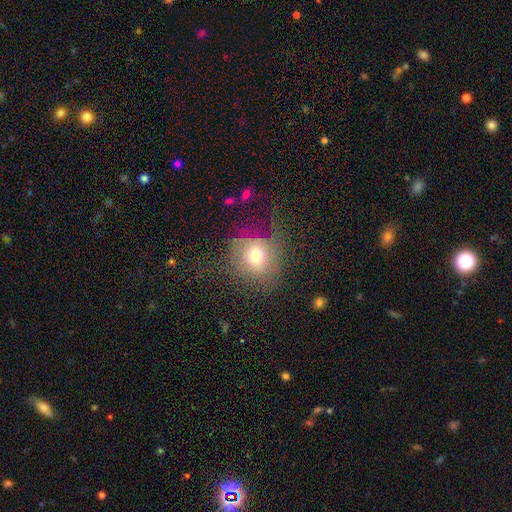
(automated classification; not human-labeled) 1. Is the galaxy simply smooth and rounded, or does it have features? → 67% smooth, 17% featured or disk, 16% star or artifact.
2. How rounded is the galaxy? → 85% round, 14% in between, 1% cigar-shaped.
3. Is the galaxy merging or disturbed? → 62% none, 18% minor disturbance, 18% major disturbance, 2% merger.